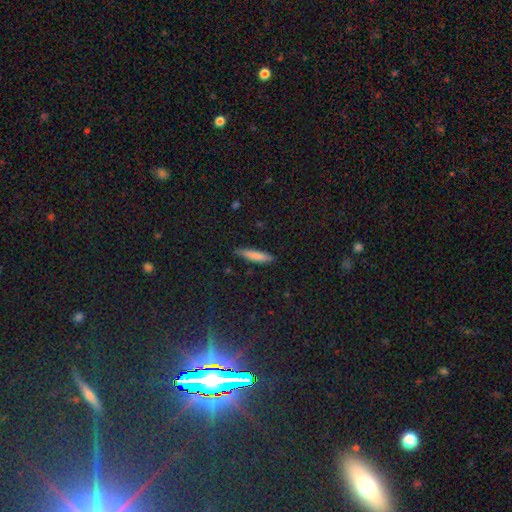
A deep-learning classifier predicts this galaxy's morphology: Q: Smooth or featured?
A: smooth (81%); runner-up: featured or disk (12%)
Q: How rounded?
A: cigar-shaped (85%); runner-up: in between (13%)
Q: Merging?
A: none (84%); runner-up: minor disturbance (13%)